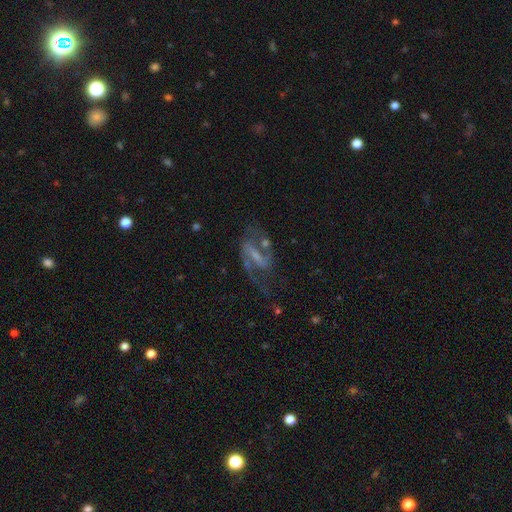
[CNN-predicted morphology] Overall: featured or disk (83%). Edge-on disk: no (95%). Bar: strong (48%; weak 37%). Spiral arms: yes (92%). Spiral arm count: 2 (86%). Spiral winding: medium (47%; loose 40%). Bulge size: small (50%; moderate 23%). Merging: none (54%; major disturbance 21%).